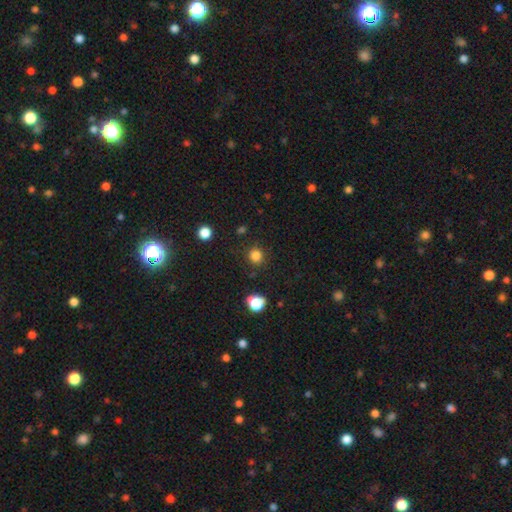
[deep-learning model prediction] smooth_or_featured: smooth (p=0.82) [alt: star or artifact p=0.14]
how_rounded: round (p=0.91) [alt: in between p=0.08]
merging: none (p=0.88) [alt: minor disturbance p=0.07]